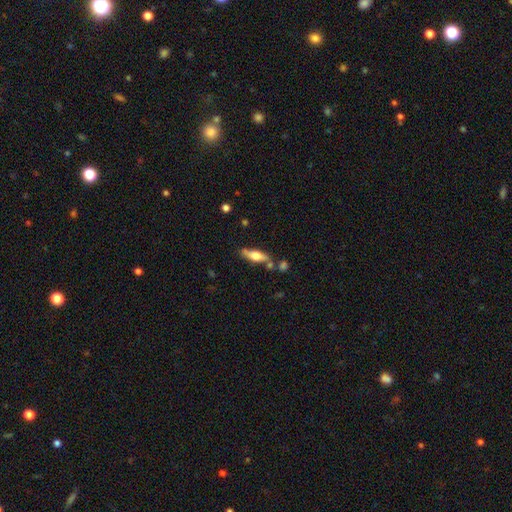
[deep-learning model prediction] Morphology: type=smooth (52%); roundness=in between (50%); merging=none (70%).